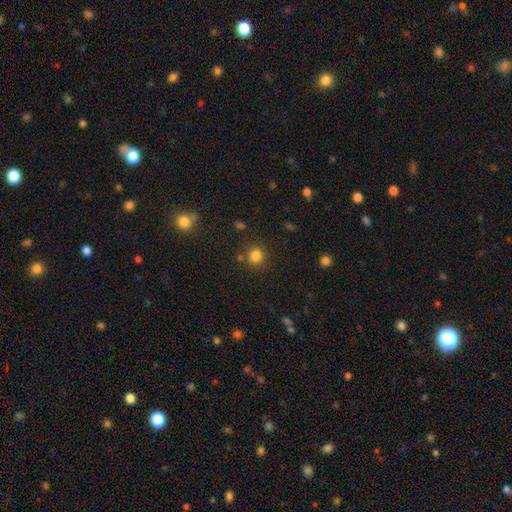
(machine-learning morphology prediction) Smooth or featured? Predicted: smooth (p=0.81). How rounded? Predicted: round (p=0.88). Merging? Predicted: none (p=0.82).